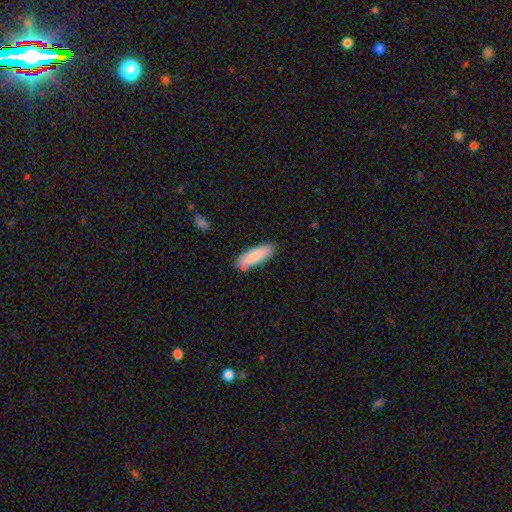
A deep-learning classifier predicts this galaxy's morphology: Smooth or featured?
  - smooth: 85% *
  - featured or disk: 9%
  - star or artifact: 6%
How rounded?
  - in between: 52% *
  - cigar-shaped: 46%
  - round: 1%
Merging?
  - none: 79% *
  - minor disturbance: 14%
  - merger: 4%
  - major disturbance: 3%